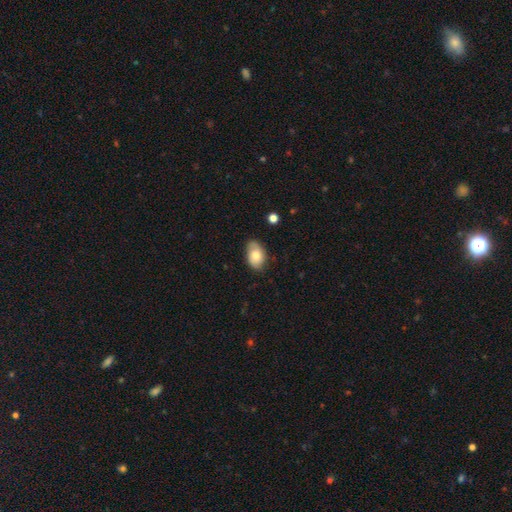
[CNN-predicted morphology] smooth_or_featured: smooth (p=0.74) [alt: featured or disk p=0.18]
how_rounded: in between (p=0.88) [alt: round p=0.10]
merging: none (p=0.72) [alt: minor disturbance p=0.23]